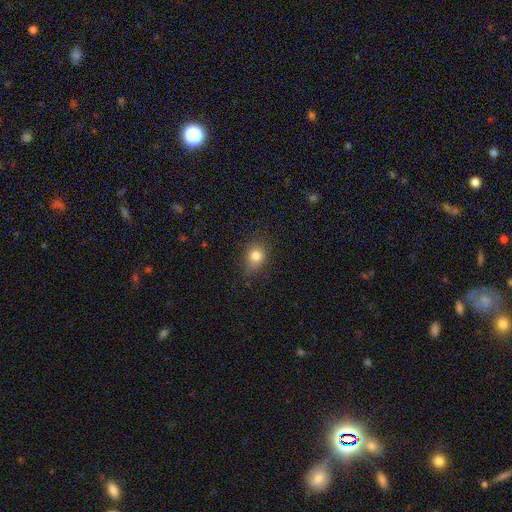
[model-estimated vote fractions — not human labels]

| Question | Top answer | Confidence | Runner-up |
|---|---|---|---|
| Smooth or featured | smooth | 79% | star or artifact (13%) |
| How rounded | round | 60% | in between (39%) |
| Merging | none | 69% | minor disturbance (23%) |